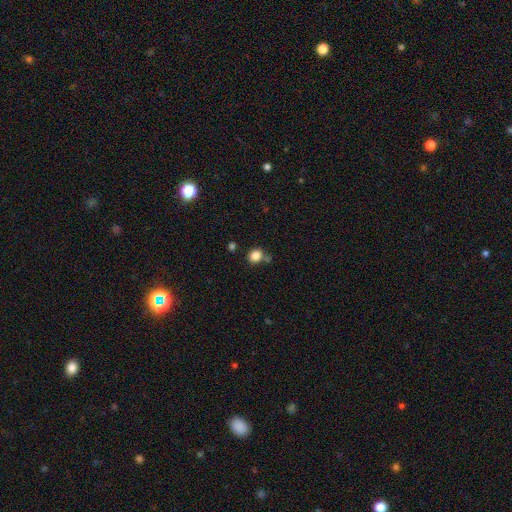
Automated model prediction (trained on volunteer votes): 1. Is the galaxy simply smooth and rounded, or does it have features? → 85% smooth, 11% star or artifact, 5% featured or disk.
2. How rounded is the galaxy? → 70% round, 29% in between, 1% cigar-shaped.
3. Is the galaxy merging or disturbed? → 69% none, 14% minor disturbance, 12% merger, 4% major disturbance.